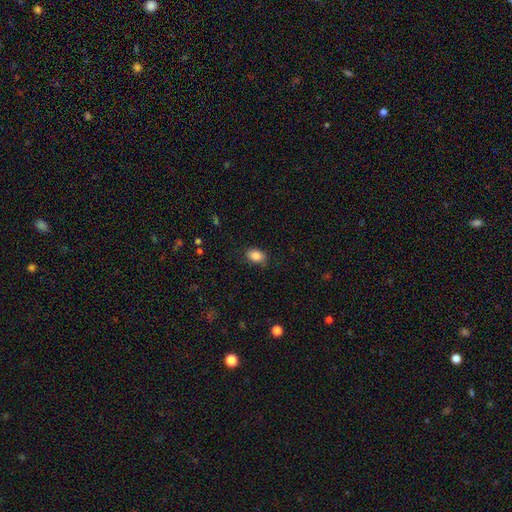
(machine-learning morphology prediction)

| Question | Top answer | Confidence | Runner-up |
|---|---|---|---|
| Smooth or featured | smooth | 86% | star or artifact (8%) |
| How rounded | in between | 82% | round (16%) |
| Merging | none | 83% | minor disturbance (13%) |